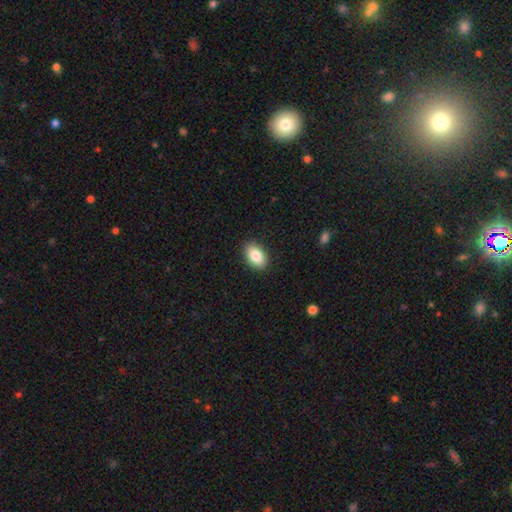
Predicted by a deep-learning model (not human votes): smooth-or-featured: smooth: 86% | star or artifact: 7% | featured or disk: 7%
  how-rounded: in between: 92% | round: 7% | cigar-shaped: 2%
  merging: none: 89% | minor disturbance: 8% | major disturbance: 2% | merger: 1%